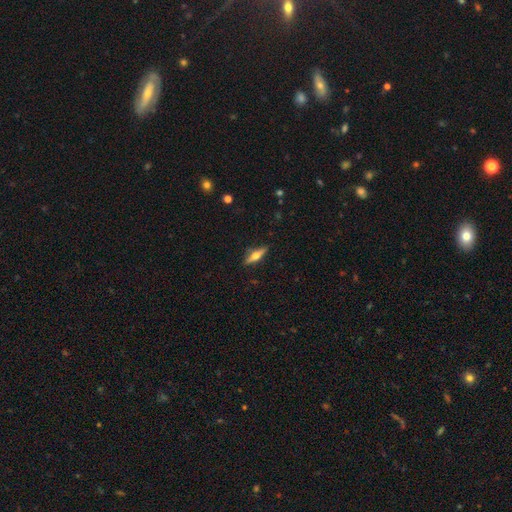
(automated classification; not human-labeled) Smooth or featured? Predicted: featured or disk (p=0.57). Edge-on disk? Predicted: yes (p=0.95). Edge-on bulge? Predicted: rounded (p=0.94). Merging? Predicted: none (p=0.87).